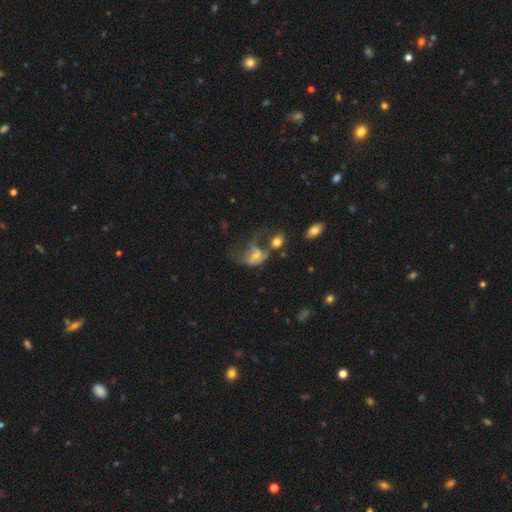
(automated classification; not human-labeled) Smooth or featured? Predicted: featured or disk (p=0.45). Merging? Predicted: major disturbance (p=0.45).